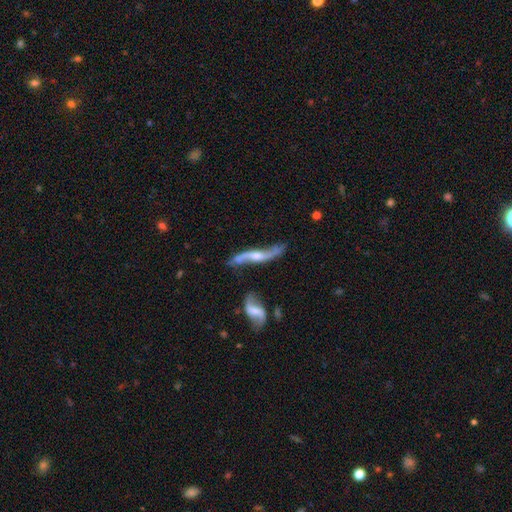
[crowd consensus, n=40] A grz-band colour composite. It shows a featured or disk galaxy (90%) with a weak bar (50%), 2 (96%) loose (89%) spiral arms (100%) and a small central bulge (46%). Merging: none (77%).